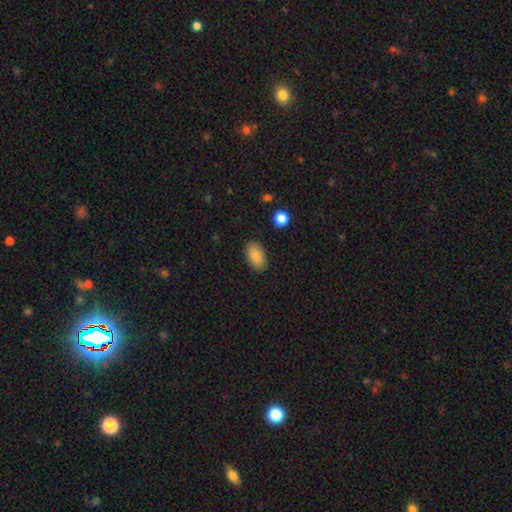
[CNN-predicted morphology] The model was most divided on "smooth or featured": smooth: 86%, star or artifact: 7%, featured or disk: 7%. More confident: how rounded — in between (93%); merging — none (88%).